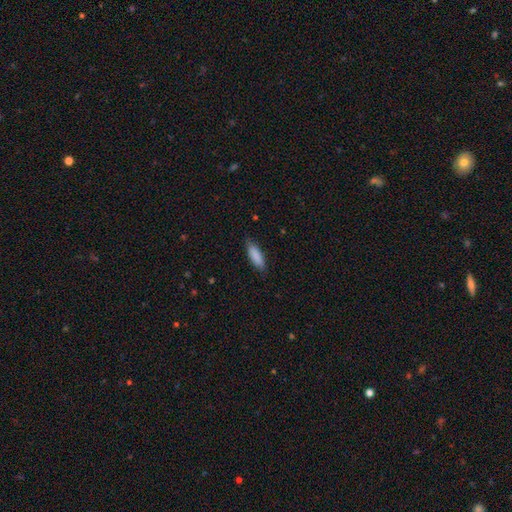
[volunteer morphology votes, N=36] A smooth galaxy with no disk features (83%) that is cigar-shaped (60%).

Vote fractions:
- Smooth or featured? smooth: 83% / featured or disk: 8% / star or artifact: 8%
- How rounded? cigar-shaped: 60% / in between: 40% / round: 0%
- Merging? none: 91% / minor disturbance: 6% / major disturbance: 3% / merger: 0%